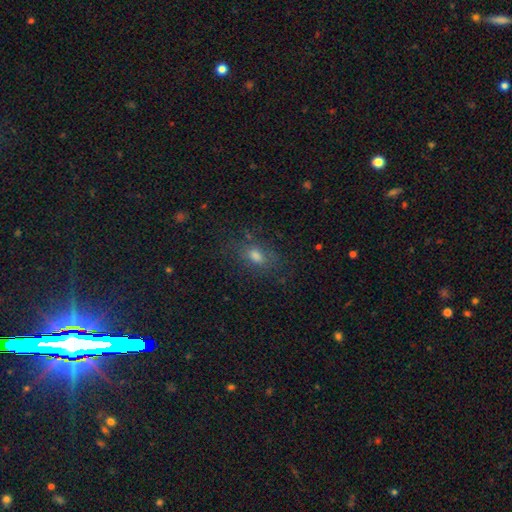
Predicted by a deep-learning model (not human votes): smooth 67%, star or artifact 19%, featured or disk 15%. Down the decision tree: how rounded — in between (74%); merging — none (74%).